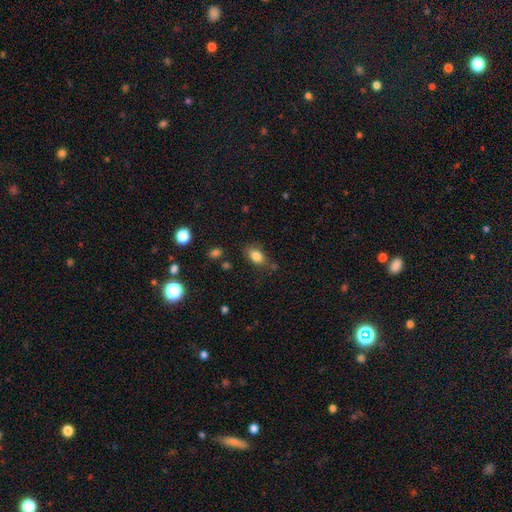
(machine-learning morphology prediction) smooth 83%, star or artifact 9%, featured or disk 8%. Down the decision tree: how rounded — in between (86%); merging — none (72%).